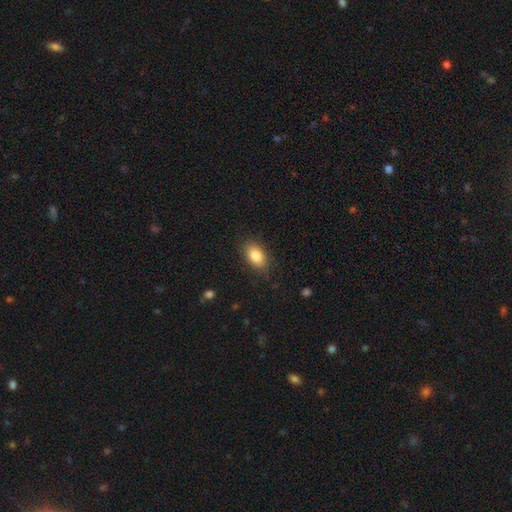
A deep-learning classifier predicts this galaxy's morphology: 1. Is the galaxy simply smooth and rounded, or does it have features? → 84% smooth, 8% featured or disk, 8% star or artifact.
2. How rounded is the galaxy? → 90% in between, 8% round, 2% cigar-shaped.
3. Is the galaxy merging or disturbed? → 86% none, 10% minor disturbance, 3% major disturbance, 1% merger.